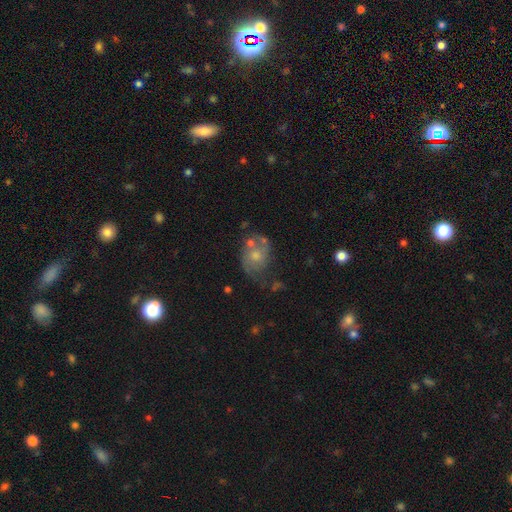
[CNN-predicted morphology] A featured or disk galaxy (62%) with no bar (77%), spiral arms (79%) and a moderate central bulge (53%).

Vote fractions:
- Smooth or featured? featured or disk: 62% / smooth: 25% / star or artifact: 14%
- Edge-on disk? no: 97% / yes: 3%
- Bar? no: 77% / weak: 19% / strong: 3%
- Spiral arms? yes: 79% / no: 21%
- Bulge size? moderate: 53% / small: 36% / large: 5% / none: 5% / dominant: 2%
- Merging? none: 54% / minor disturbance: 22% / major disturbance: 14% / merger: 11%